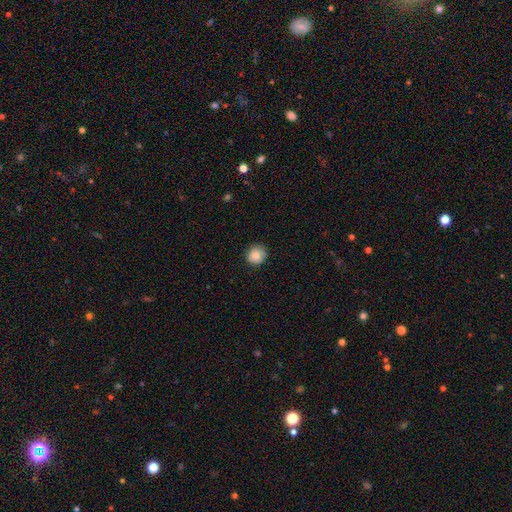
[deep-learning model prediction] Q: Smooth or featured?
A: smooth (86%); runner-up: star or artifact (9%)
Q: How rounded?
A: round (87%); runner-up: in between (12%)
Q: Merging?
A: none (85%); runner-up: minor disturbance (12%)